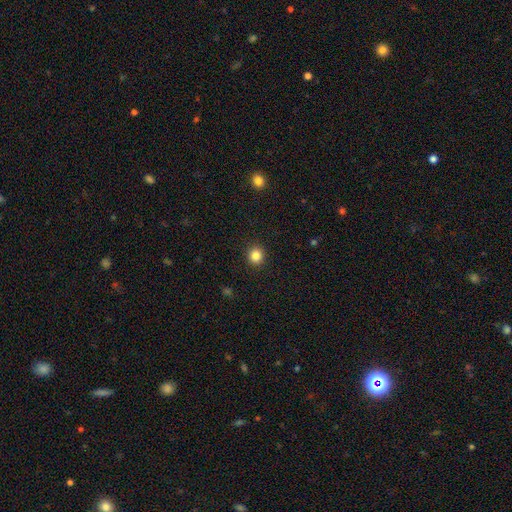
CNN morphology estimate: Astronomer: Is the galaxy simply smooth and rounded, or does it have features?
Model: smooth — 84%.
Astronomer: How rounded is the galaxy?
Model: round — 87%.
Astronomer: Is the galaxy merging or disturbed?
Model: none — 92%.